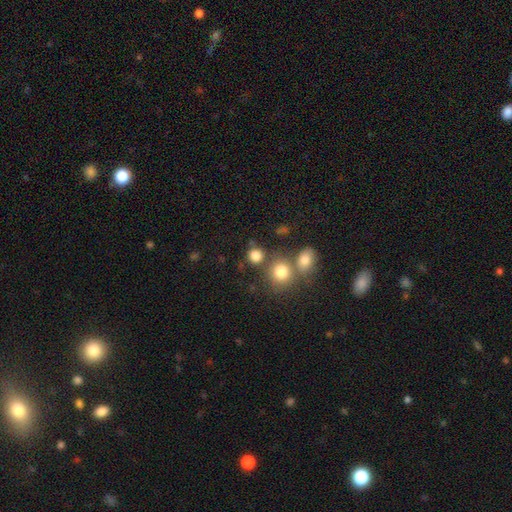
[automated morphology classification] type=smooth (81%); roundness=round (86%); merging=none (68%).